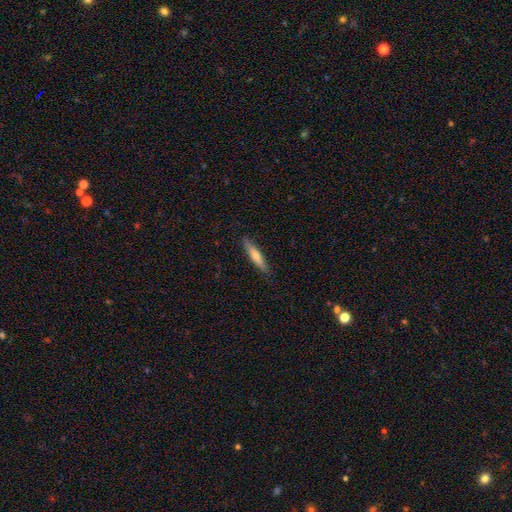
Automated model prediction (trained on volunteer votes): Morphology: type=smooth (62%); roundness=cigar-shaped (87%); merging=none (88%).